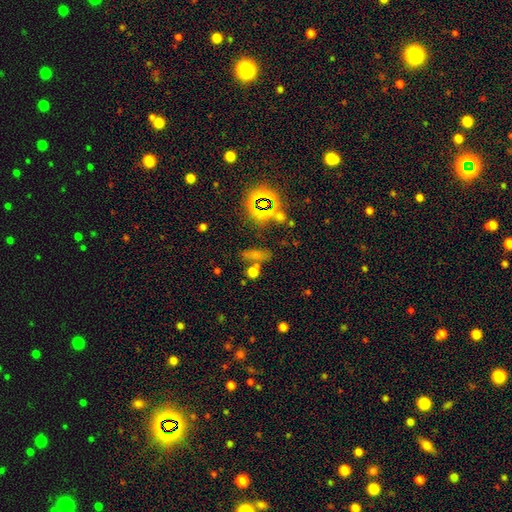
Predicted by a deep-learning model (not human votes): smooth_or_featured: smooth (p=0.58) [alt: star or artifact p=0.30]
how_rounded: in between (p=0.44) [alt: cigar-shaped p=0.32]
merging: none (p=0.62) [alt: merger p=0.19]